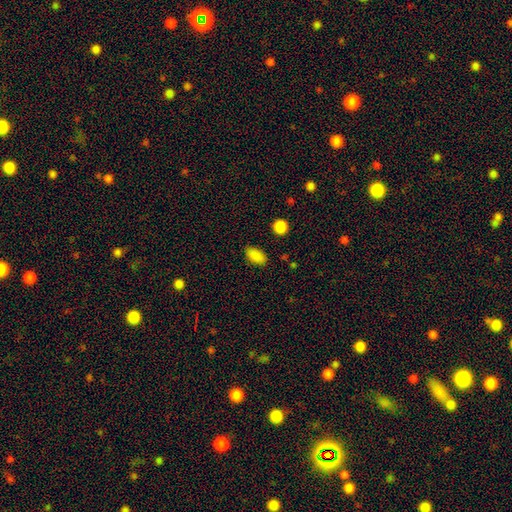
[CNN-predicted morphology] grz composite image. It shows a smooth galaxy with no disk features (87%) that is in between round and cigar-shaped (91%). Merging: none (86%).